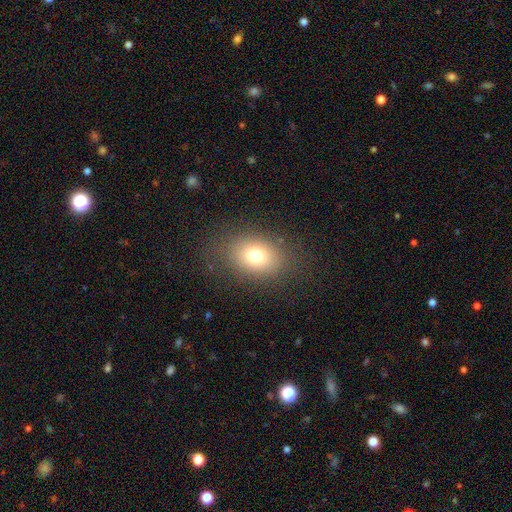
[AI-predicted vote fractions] smooth-or-featured: smooth: 75% | star or artifact: 13% | featured or disk: 12%
  how-rounded: in between: 66% | round: 33% | cigar-shaped: 1%
  merging: none: 81% | minor disturbance: 12% | major disturbance: 6% | merger: 1%